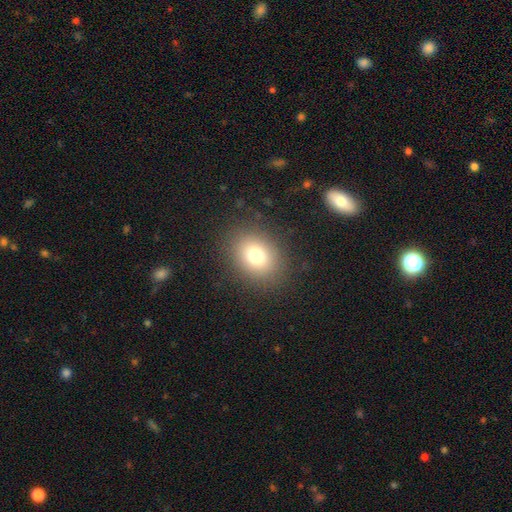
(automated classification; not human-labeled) Smooth or featured? smooth (76%)
How rounded? round (50%)
Merging? none (85%)